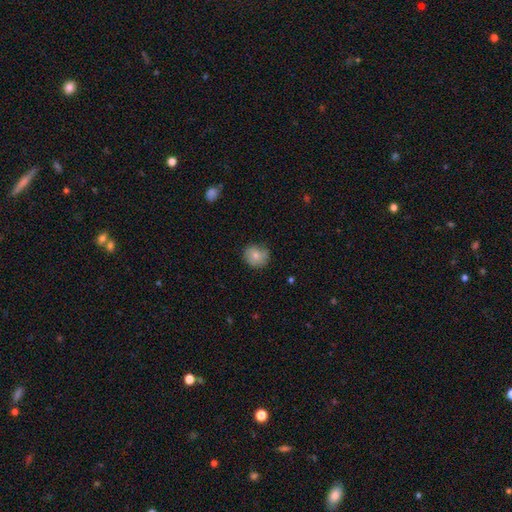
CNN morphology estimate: Q: Smooth or featured?
A: smooth (75%); runner-up: featured or disk (16%)
Q: How rounded?
A: round (83%); runner-up: in between (16%)
Q: Merging?
A: none (70%); runner-up: minor disturbance (24%)